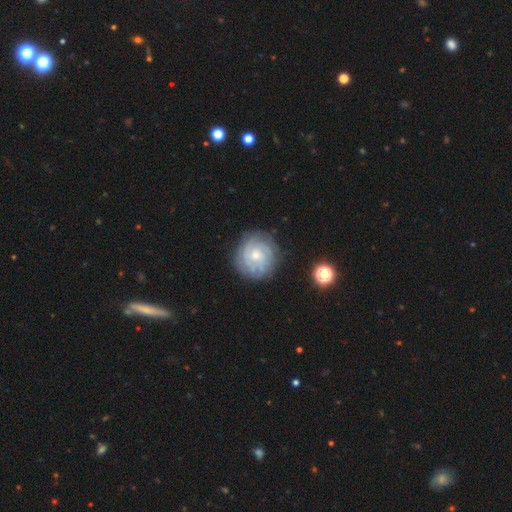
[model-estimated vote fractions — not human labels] Smooth or featured? Predicted: featured or disk (p=0.69). Edge-on disk? Predicted: no (p=0.98). Bar? Predicted: no (p=0.76). Spiral arms? Predicted: yes (p=0.89). Spiral winding? Predicted: tight (p=0.74). Spiral arm count? Predicted: can't tell (p=0.44). Bulge size? Predicted: small (p=0.54). Merging? Predicted: none (p=0.79).